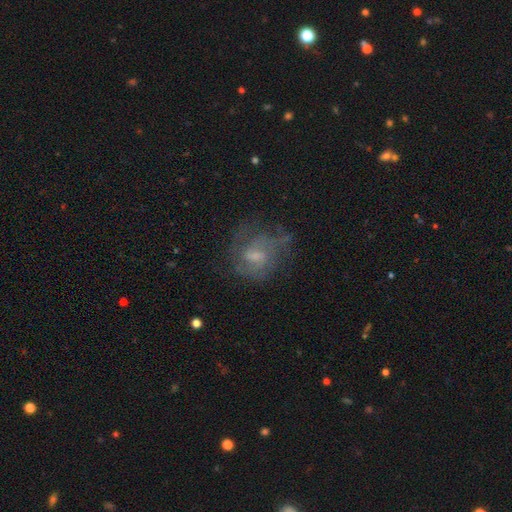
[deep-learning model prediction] smooth_or_featured: featured or disk (p=0.64) [alt: smooth p=0.24]
disk_edge_on: no (p=0.97) [alt: yes p=0.03]
bar: weak (p=0.49) [alt: no p=0.43]
has_spiral_arms: yes (p=0.78) [alt: no p=0.22]
bulge_size: small (p=0.42) [alt: moderate p=0.36]
merging: none (p=0.57) [alt: minor disturbance p=0.22]